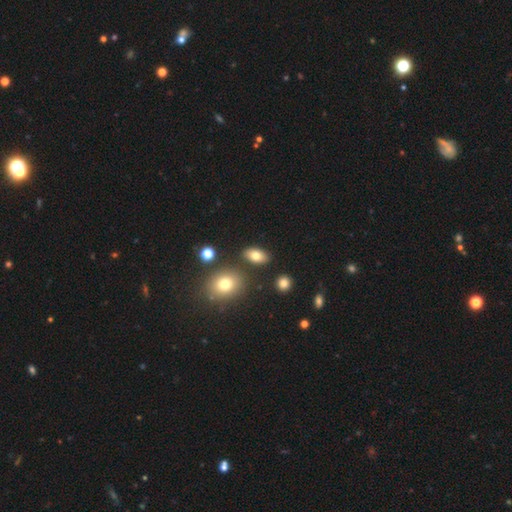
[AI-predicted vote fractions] smooth_or_featured: smooth (p=0.77) [alt: featured or disk p=0.13]
how_rounded: in between (p=0.88) [alt: round p=0.10]
merging: none (p=0.83) [alt: minor disturbance p=0.09]